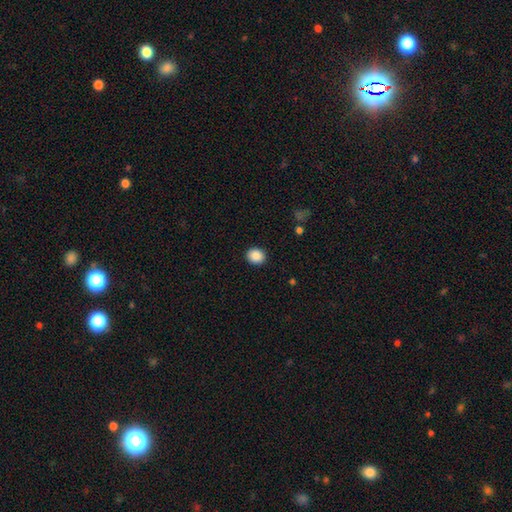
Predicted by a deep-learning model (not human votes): This is clearly a smooth galaxy (88%). How rounded: likely round (75%). Merging: clearly none (91%).